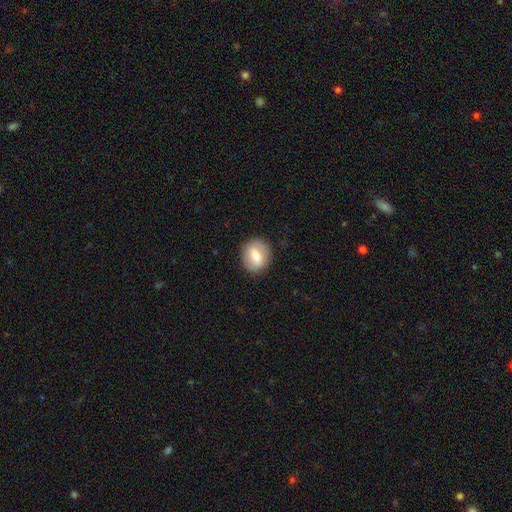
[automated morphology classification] type=smooth (62%); roundness=round (69%); merging=none (86%).